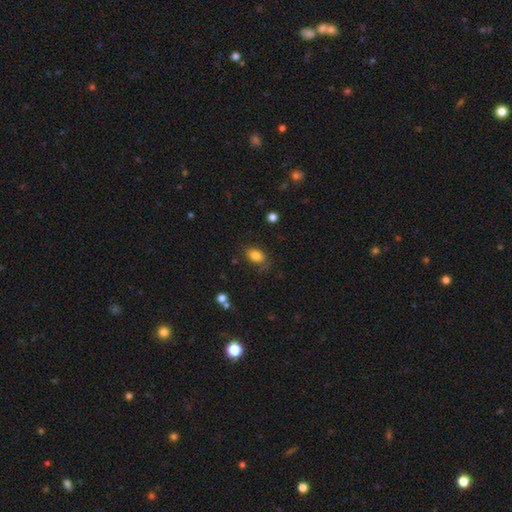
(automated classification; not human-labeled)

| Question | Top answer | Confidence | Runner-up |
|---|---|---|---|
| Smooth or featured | smooth | 83% | star or artifact (9%) |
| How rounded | in between | 81% | round (17%) |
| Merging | none | 72% | minor disturbance (20%) |